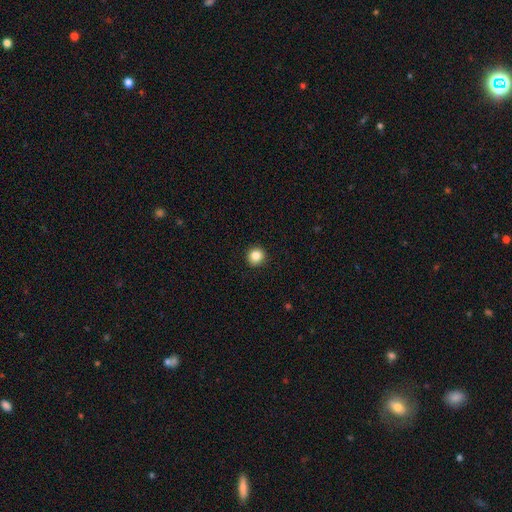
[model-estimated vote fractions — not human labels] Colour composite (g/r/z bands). It shows a smooth galaxy with no disk features (86%) that is round (93%). Merging: none (92%).